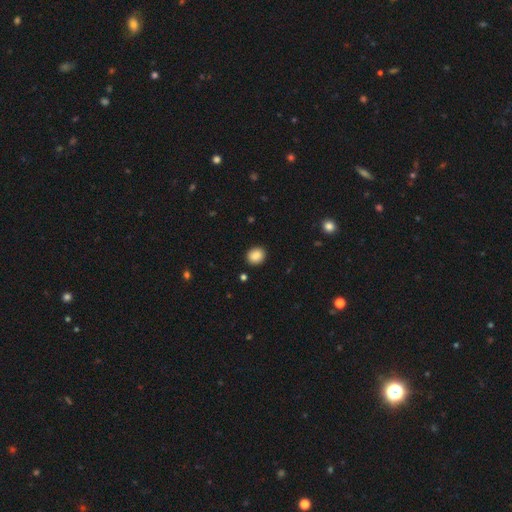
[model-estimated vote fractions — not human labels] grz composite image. It shows a smooth galaxy with no disk features (88%) that is round (68%). Merging: none (90%).